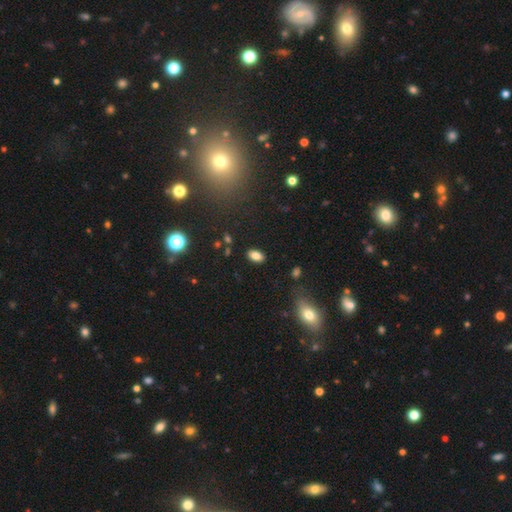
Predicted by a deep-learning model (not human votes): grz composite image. It shows a smooth galaxy with no disk features (83%) that is in between round and cigar-shaped (91%). Merging: none (87%).